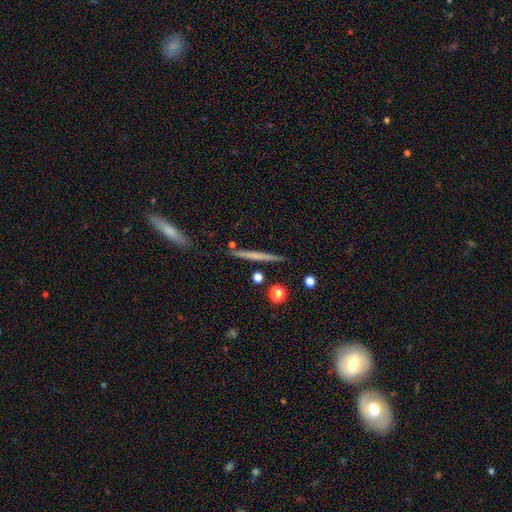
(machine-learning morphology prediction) The model was most divided on "smooth or featured": smooth: 50%, featured or disk: 44%, star or artifact: 7%. More confident: merging — none (88%).